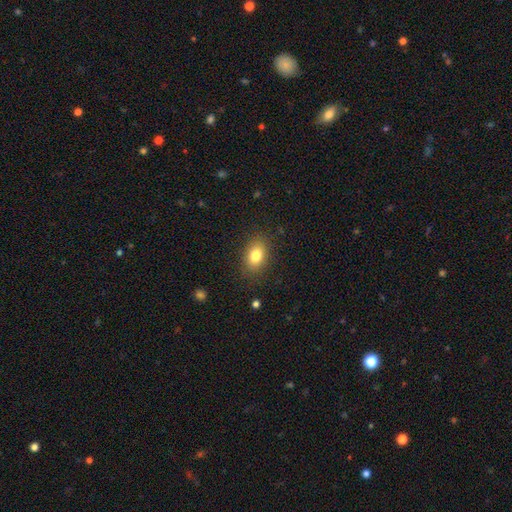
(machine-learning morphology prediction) Q: Smooth or featured?
A: smooth (80%); runner-up: featured or disk (10%)
Q: How rounded?
A: in between (81%); runner-up: round (18%)
Q: Merging?
A: none (85%); runner-up: minor disturbance (10%)